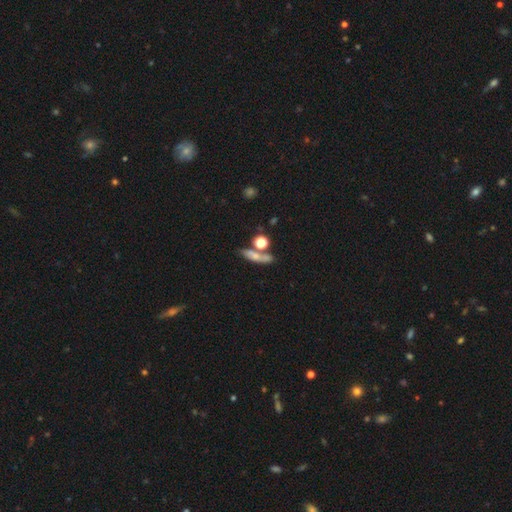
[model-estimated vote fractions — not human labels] A smooth galaxy with no disk features (63%) that is cigar-shaped (49%).

Vote fractions:
- Smooth or featured? smooth: 63% / featured or disk: 23% / star or artifact: 13%
- How rounded? cigar-shaped: 49% / in between: 29% / round: 22%
- Merging? none: 56% / merger: 23% / minor disturbance: 14% / major disturbance: 7%